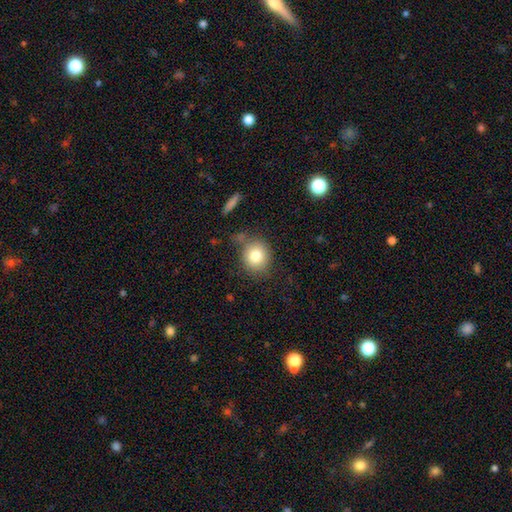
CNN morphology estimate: The model was most divided on "how rounded": round: 76%, in between: 23%, cigar-shaped: 1%. More confident: smooth or featured — smooth (80%); merging — none (74%).